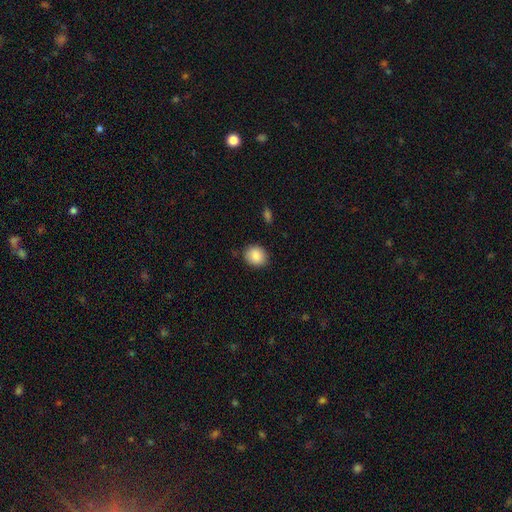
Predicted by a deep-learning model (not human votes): The model was most divided on "how rounded": round: 65%, in between: 34%, cigar-shaped: 1%. More confident: smooth or featured — smooth (88%); merging — none (85%).